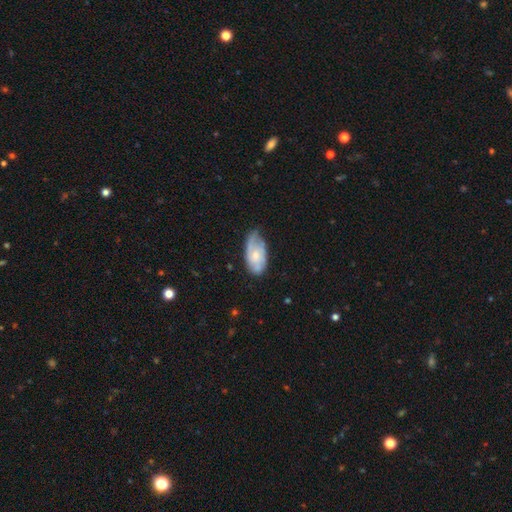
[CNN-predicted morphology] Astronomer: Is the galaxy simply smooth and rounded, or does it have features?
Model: featured or disk — 58% (runner-up: smooth, 37%).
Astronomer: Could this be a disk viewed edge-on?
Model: no — 94%.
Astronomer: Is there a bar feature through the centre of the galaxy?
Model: no — 76%.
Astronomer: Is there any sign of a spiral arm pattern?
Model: yes — 80%.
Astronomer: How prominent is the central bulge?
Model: small — 56% (runner-up: moderate, 39%).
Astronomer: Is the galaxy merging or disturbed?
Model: none — 55% (runner-up: minor disturbance, 33%).